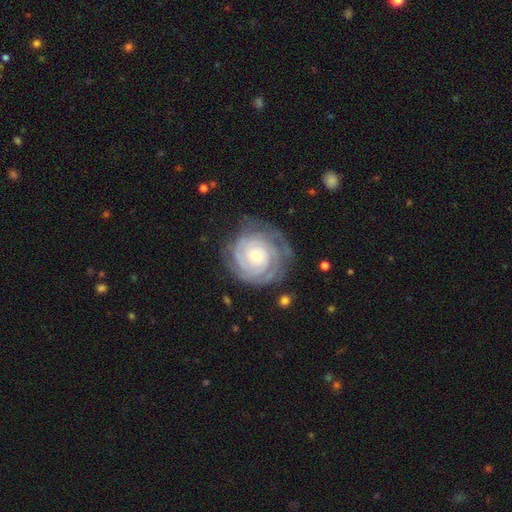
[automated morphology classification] Smooth or featured? Predicted: featured or disk (p=0.83). Edge-on disk? Predicted: no (p=0.98). Bar? Predicted: no (p=0.77). Spiral arms? Predicted: yes (p=0.95). Spiral winding? Predicted: tight (p=0.82). Spiral arm count? Predicted: can't tell (p=0.38). Bulge size? Predicted: small (p=0.58). Merging? Predicted: none (p=0.72).